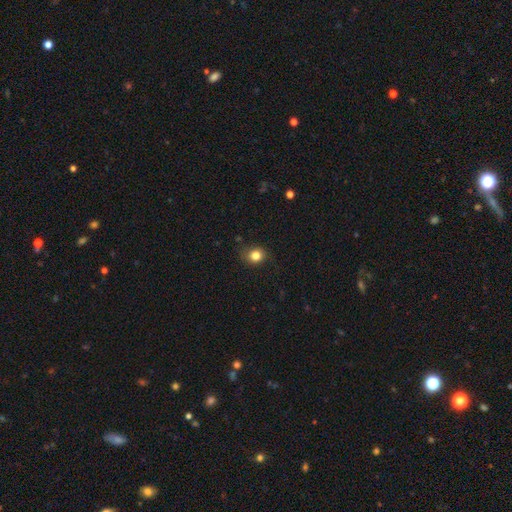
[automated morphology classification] A smooth galaxy with no disk features (83%) that is round (71%). Merging: none (79%).